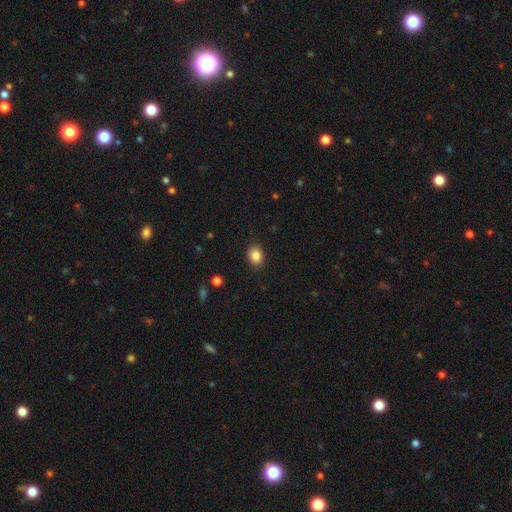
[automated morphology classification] The model was most divided on "how rounded": in between: 51%, round: 48%, cigar-shaped: 1%. More confident: merging — none (89%); smooth or featured — smooth (85%).